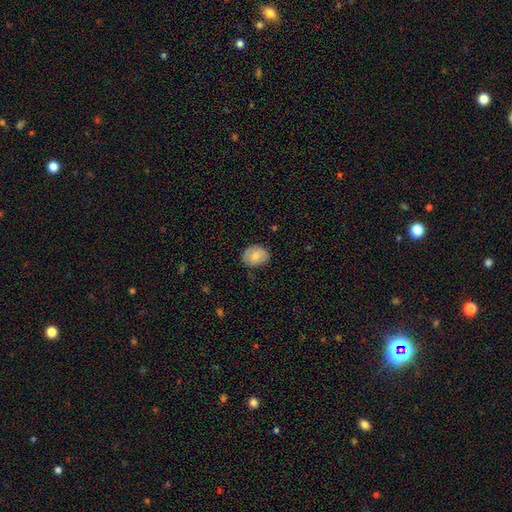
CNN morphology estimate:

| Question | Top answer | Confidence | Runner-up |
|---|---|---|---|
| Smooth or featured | smooth | 79% | featured or disk (14%) |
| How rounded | in between | 57% | round (42%) |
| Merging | none | 76% | minor disturbance (20%) |